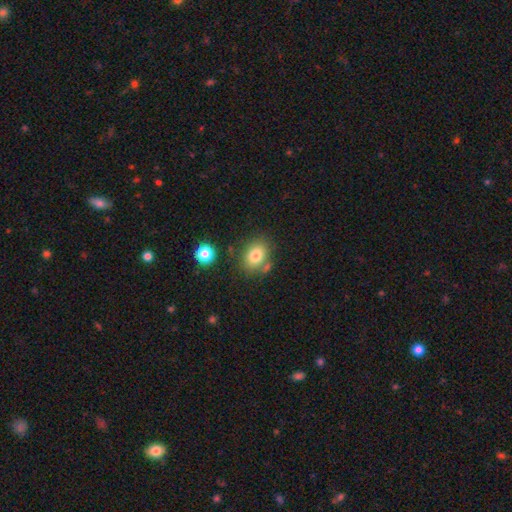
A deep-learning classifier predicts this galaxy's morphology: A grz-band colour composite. It shows a smooth galaxy with no disk features (79%) that is in between round and cigar-shaped (57%). Merging: none (70%).